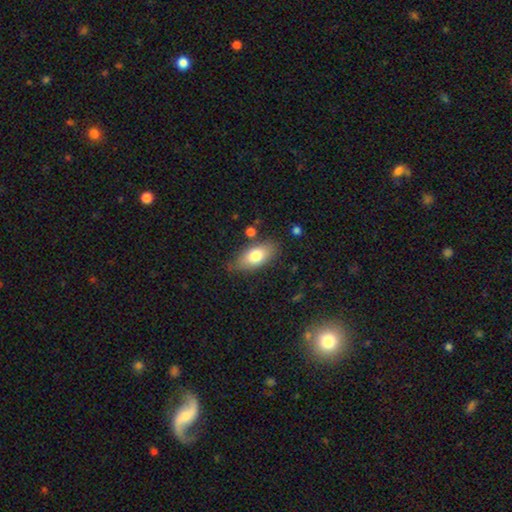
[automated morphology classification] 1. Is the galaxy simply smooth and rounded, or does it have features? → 76% smooth, 17% featured or disk, 7% star or artifact.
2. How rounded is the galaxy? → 88% in between, 8% cigar-shaped, 4% round.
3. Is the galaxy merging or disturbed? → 76% none, 16% minor disturbance, 4% major disturbance, 3% merger.